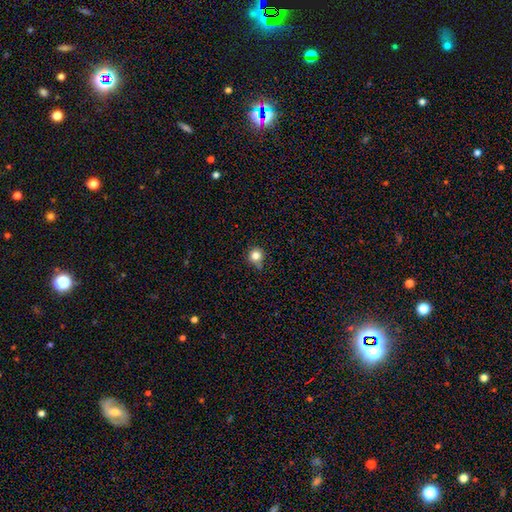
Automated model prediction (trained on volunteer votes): Smooth or featured? smooth (81%)
How rounded? round (91%)
Merging? none (73%)